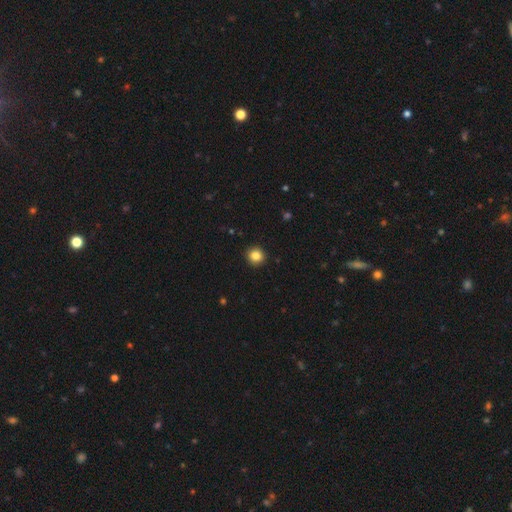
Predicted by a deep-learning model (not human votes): This appears to be a smooth galaxy with no disk features (85%) that is round (94%). Merging: none (93%).